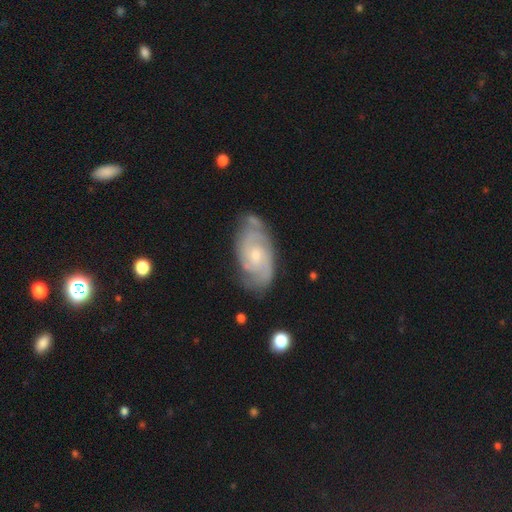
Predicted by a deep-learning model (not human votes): Smooth or featured? featured or disk (83%)
Edge-on disk? no (96%)
Bar? no (62%)
Spiral arms? yes (96%)
Spiral winding? tight (57%)
Spiral arm count? 2 (54%)
Bulge size? small (58%)
Merging? none (69%)